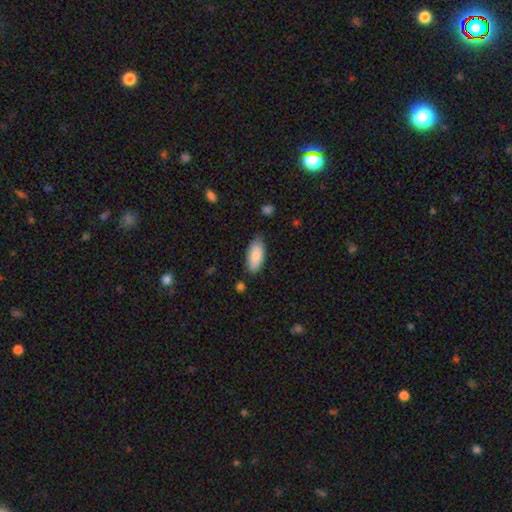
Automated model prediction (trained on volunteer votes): Smooth or featured? smooth (86%)
How rounded? in between (89%)
Merging? none (74%)